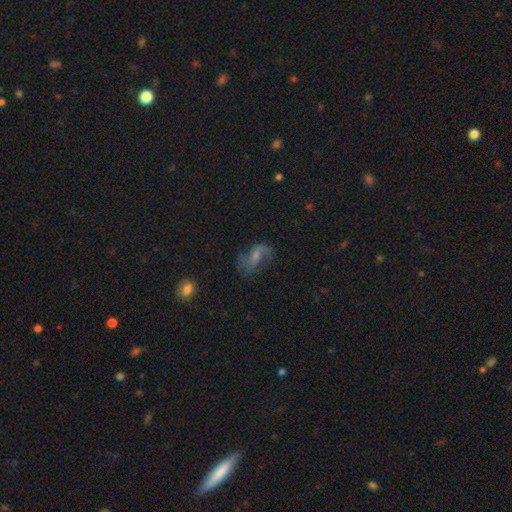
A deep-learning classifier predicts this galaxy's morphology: This is likely a featured or disk galaxy (70%). It is clearly not viewed edge-on (97%). Bar: possibly weak (46%). Spiral arm pattern: clearly yes (88%). Spiral arm count: likely 2 (78%). Spiral winding: likely loose (66%). Central bulge: possibly small (45%). Merging: possibly none (52%).